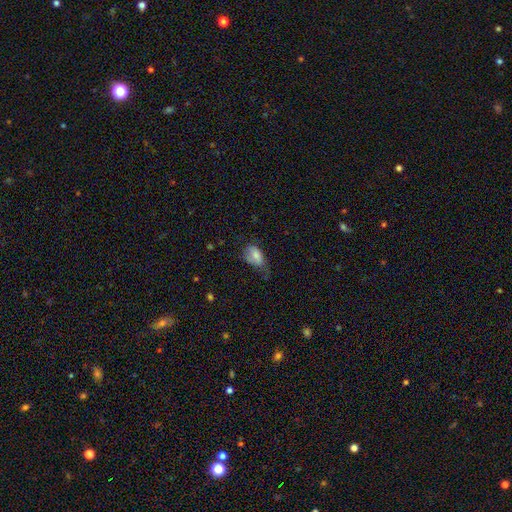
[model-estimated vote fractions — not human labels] The model was most divided on "merging": minor disturbance: 38%, none: 36%, major disturbance: 24%, merger: 2%. More confident: how rounded — in between (90%); smooth or featured — smooth (75%).